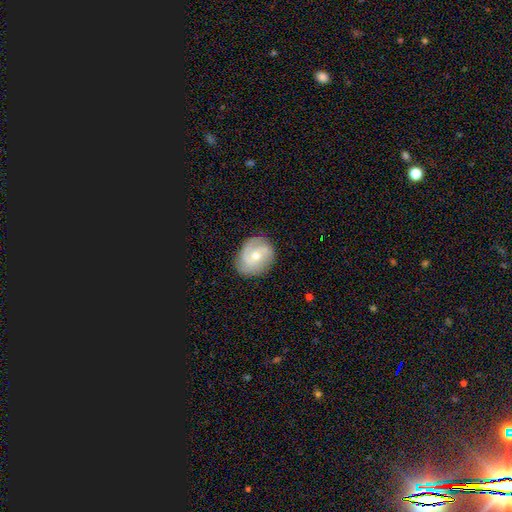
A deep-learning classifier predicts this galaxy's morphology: featured or disk 74%, smooth 19%, star or artifact 7%. Down the decision tree: edge-on disk — no (97%); bar — no (55%); spiral arms — yes (92%); spiral arm count — 2 (39%); spiral winding — tight (46%); bulge size — moderate (60%); merging — none (78%).